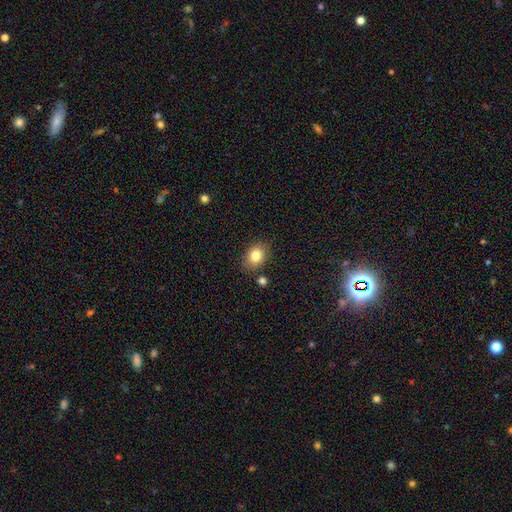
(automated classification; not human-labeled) Smooth or featured?
  - smooth: 81% *
  - star or artifact: 10%
  - featured or disk: 9%
How rounded?
  - in between: 62% *
  - round: 37%
  - cigar-shaped: 1%
Merging?
  - none: 81% *
  - minor disturbance: 12%
  - merger: 4%
  - major disturbance: 3%